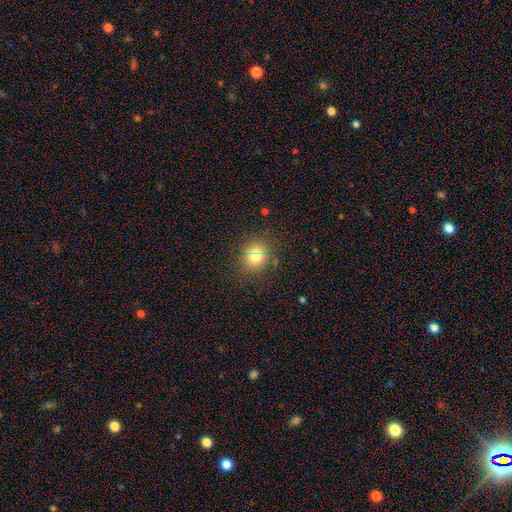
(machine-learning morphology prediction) This is likely a smooth galaxy (71%). How rounded: likely round (80%). Merging: clearly none (84%).